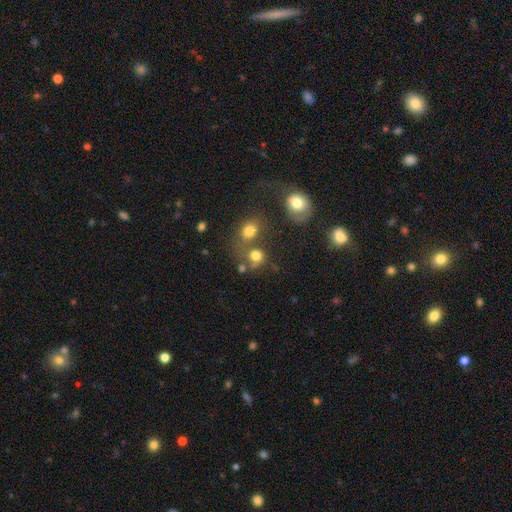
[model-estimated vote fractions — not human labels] The model was most divided on "merging": none: 41%, merger: 37%, minor disturbance: 12%, major disturbance: 10%. More confident: smooth or featured — smooth (74%); how rounded — round (71%).